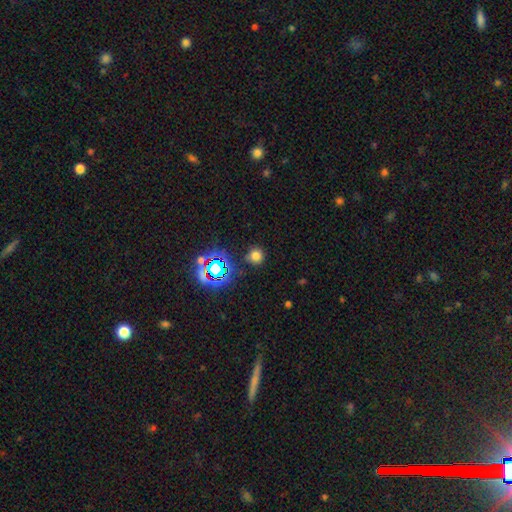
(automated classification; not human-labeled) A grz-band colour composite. It shows a smooth galaxy with no disk features (69%) that is round (91%). Merging: none (84%).